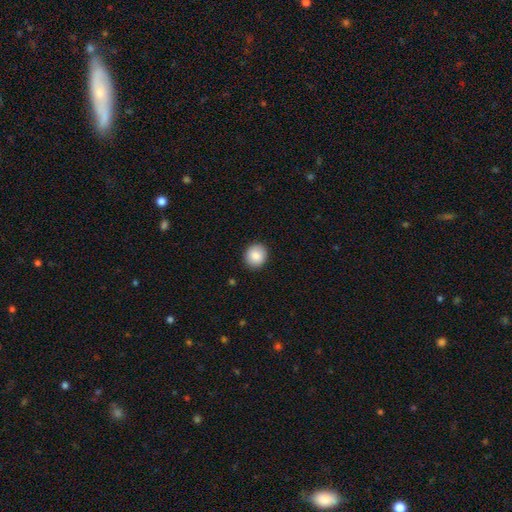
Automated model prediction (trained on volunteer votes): Q: Smooth or featured?
A: smooth (86%); runner-up: star or artifact (8%)
Q: How rounded?
A: round (83%); runner-up: in between (17%)
Q: Merging?
A: none (91%); runner-up: minor disturbance (7%)